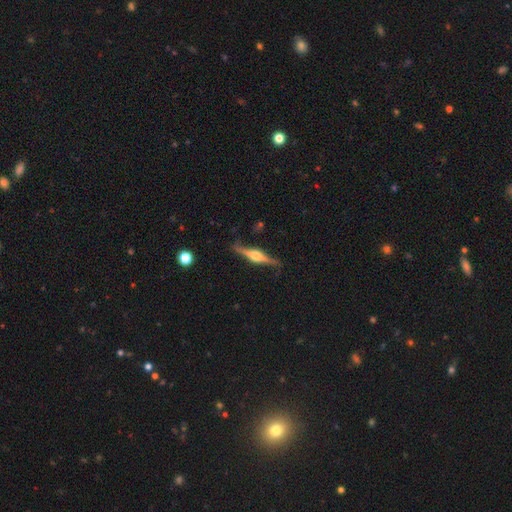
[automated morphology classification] smooth-or-featured: featured or disk: 80% | smooth: 15% | star or artifact: 5%
  disk-edge-on: yes: 97% | no: 3%
    edge-on-bulge: rounded: 92% | boxy: 6% | none: 2%
  merging: none: 82% | minor disturbance: 13% | major disturbance: 3% | merger: 2%